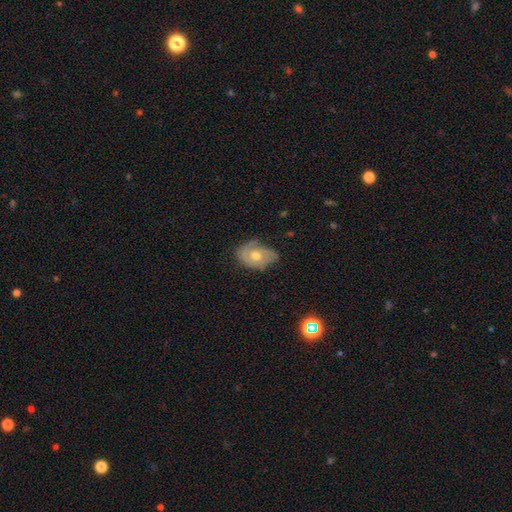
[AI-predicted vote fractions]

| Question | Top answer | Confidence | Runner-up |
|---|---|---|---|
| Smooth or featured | featured or disk | 61% | smooth (31%) |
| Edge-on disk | no | 95% | yes (5%) |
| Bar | no | 79% | weak (18%) |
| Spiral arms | yes | 74% | no (26%) |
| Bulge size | moderate | 76% | small (16%) |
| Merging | none | 53% | minor disturbance (32%) |